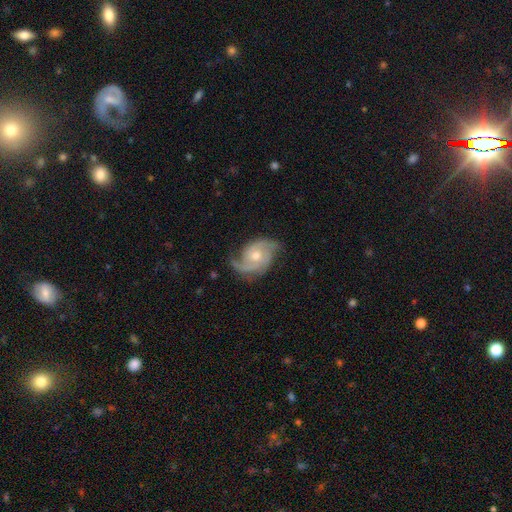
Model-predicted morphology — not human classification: The model was most divided on "spiral winding": medium: 49%, tight: 28%, loose: 22%. More confident: edge-on disk — no (97%); spiral arms — yes (97%); smooth or featured — featured or disk (87%); bar — no (70%); spiral arm count — 2 (70%); merging — none (69%); bulge size — moderate (66%).